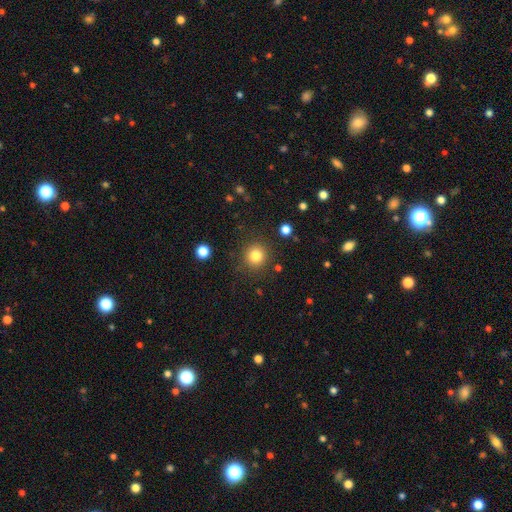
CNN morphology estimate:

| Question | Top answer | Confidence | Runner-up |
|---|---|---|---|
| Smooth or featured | smooth | 82% | star or artifact (12%) |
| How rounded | round | 92% | in between (7%) |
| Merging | none | 88% | minor disturbance (7%) |